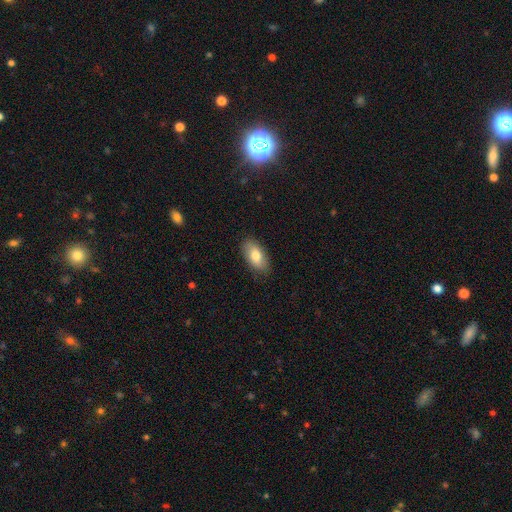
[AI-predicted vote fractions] Morphology: type=smooth (77%); roundness=in between (92%); merging=none (85%).